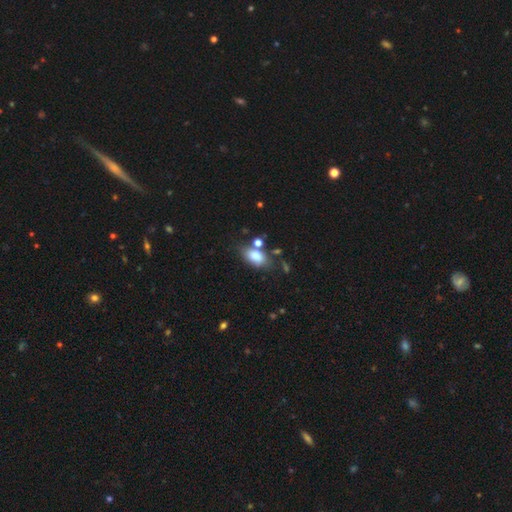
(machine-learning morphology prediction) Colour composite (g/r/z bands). It shows a smooth galaxy with no disk features (81%) that is in between round and cigar-shaped (87%). Merging: none (58%).